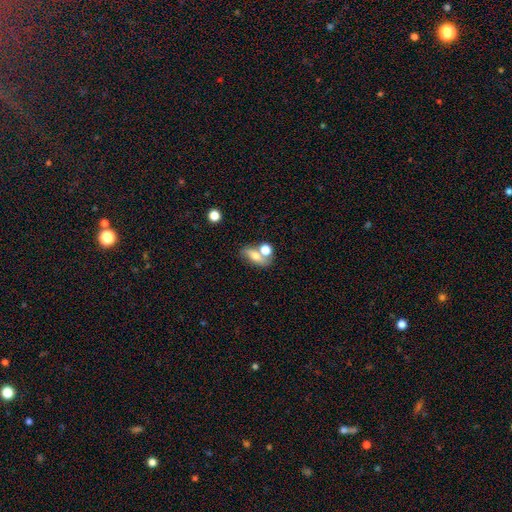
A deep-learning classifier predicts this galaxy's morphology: The model was most divided on "merging": none: 47%, merger: 34%, minor disturbance: 13%, major disturbance: 6%. More confident: how rounded — in between (70%); smooth or featured — smooth (59%).